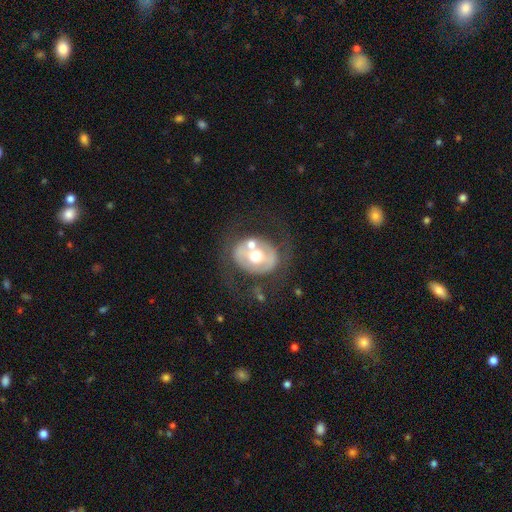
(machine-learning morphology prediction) featured or disk 58%, smooth 34%, star or artifact 8%. Down the decision tree: edge-on disk — no (95%); bar — no (69%); spiral arms — no (80%); bulge size — moderate (73%); merging — none (54%).